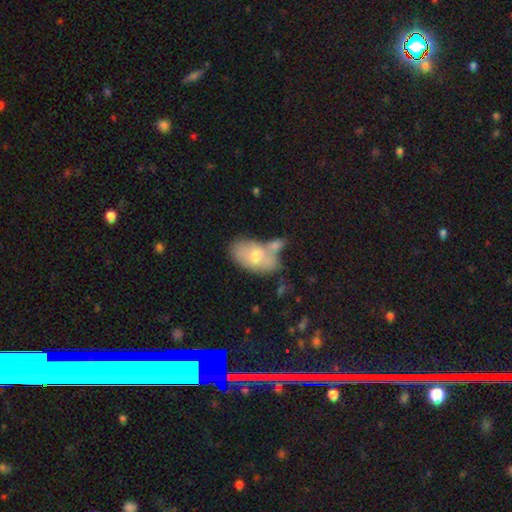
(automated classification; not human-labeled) Smooth or featured? smooth (66%)
How rounded? in between (91%)
Merging? none (41%)